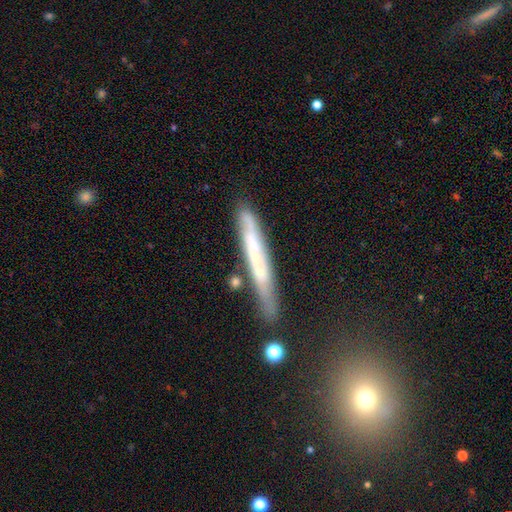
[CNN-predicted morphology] Smooth or featured? featured or disk (53%)
Edge-on disk? yes (82%)
Merging? none (74%)